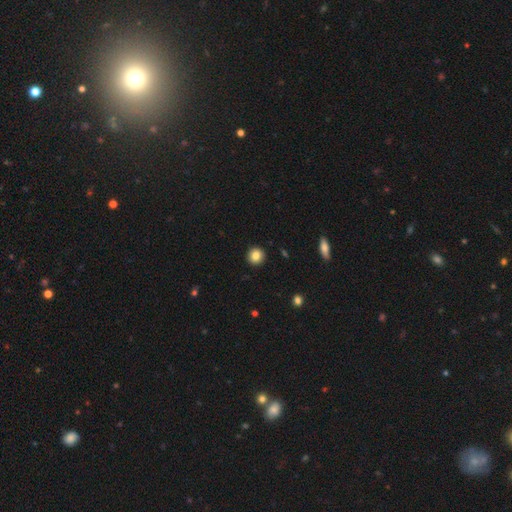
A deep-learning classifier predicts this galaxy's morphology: Smooth or featured: smooth — 85% (star or artifact — 9%)
How rounded: round — 91% (in between — 8%)
Merging: none — 92% (minor disturbance — 5%)